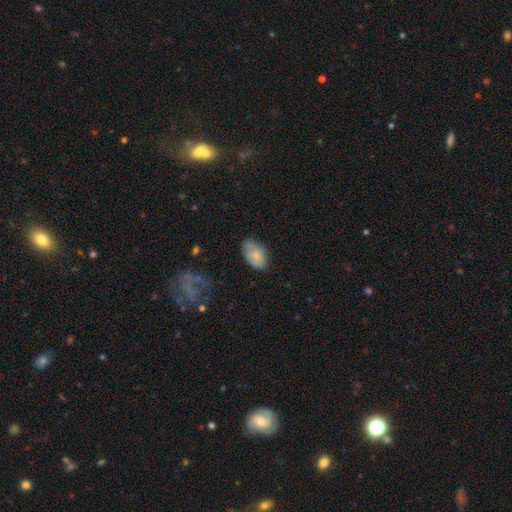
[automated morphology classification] This appears to be a smooth galaxy with no disk features (74%) that is in between round and cigar-shaped (92%). Merging: none (66%).